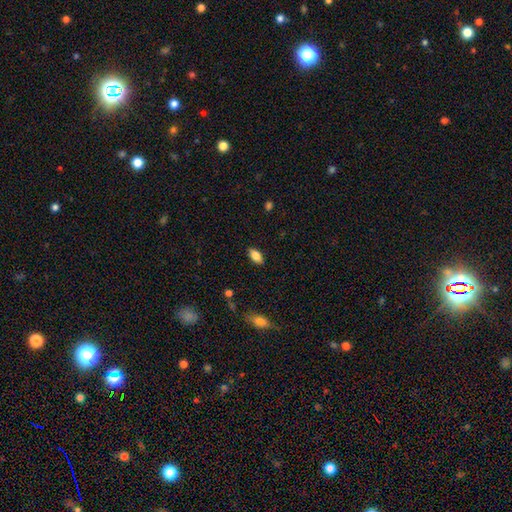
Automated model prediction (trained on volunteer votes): A smooth galaxy with no disk features (82%) that is in between round and cigar-shaped (90%). Merging: none (87%).